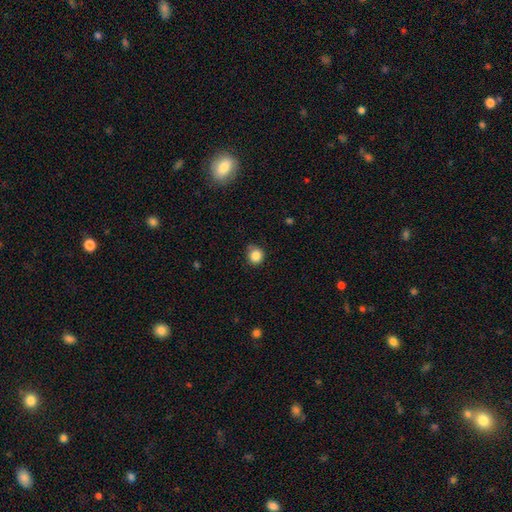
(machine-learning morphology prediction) smooth_or_featured: smooth (p=0.85) [alt: star or artifact p=0.11]
how_rounded: round (p=0.89) [alt: in between p=0.10]
merging: none (p=0.76) [alt: minor disturbance p=0.18]